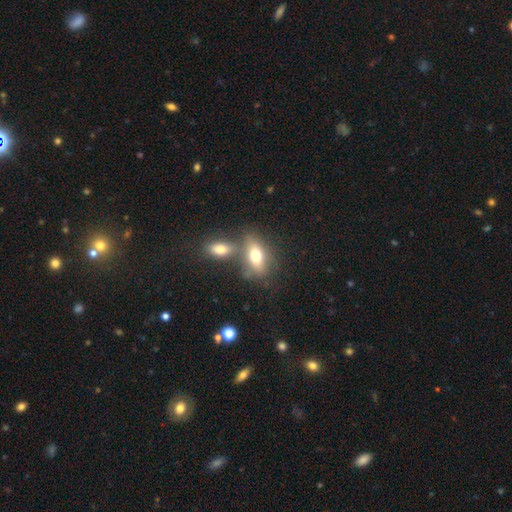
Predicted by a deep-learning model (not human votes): This appears to be a smooth galaxy with no disk features (71%) that is in between round and cigar-shaped (82%). Merging: none (46%).